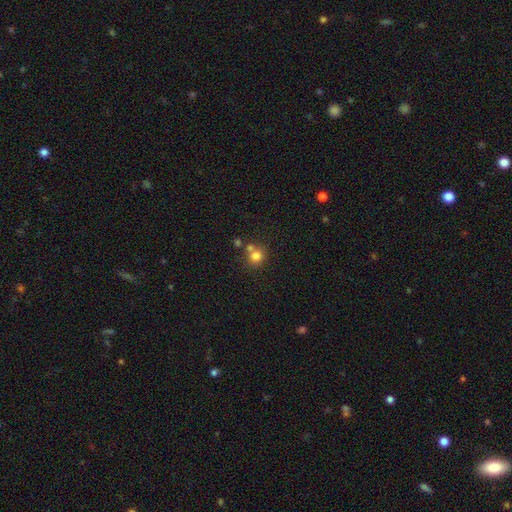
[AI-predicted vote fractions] This appears to be a smooth galaxy with no disk features (79%) that is round (86%). Merging: none (57%).